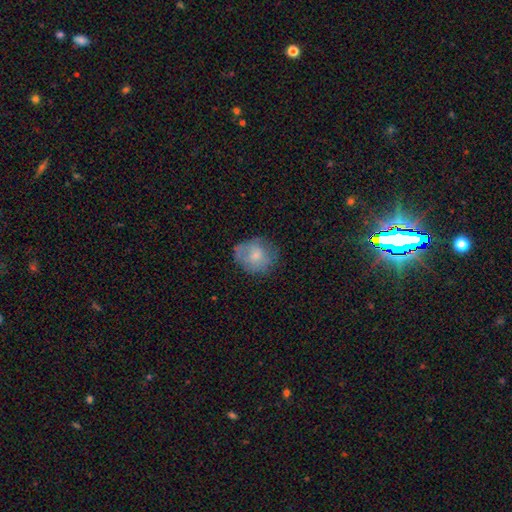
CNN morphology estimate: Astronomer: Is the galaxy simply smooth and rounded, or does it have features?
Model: smooth — 66%.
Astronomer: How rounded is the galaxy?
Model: round — 69%.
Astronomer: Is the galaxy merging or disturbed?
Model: none — 62%.